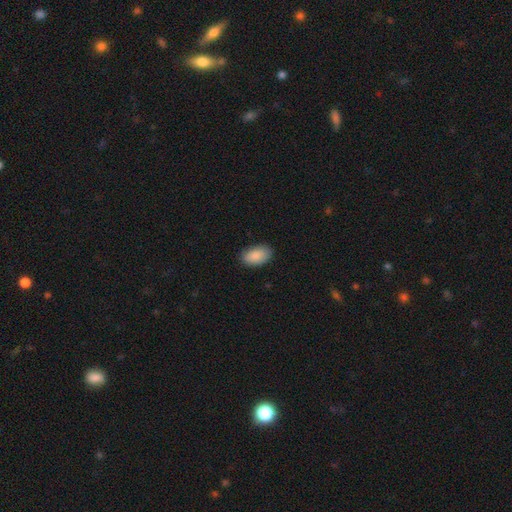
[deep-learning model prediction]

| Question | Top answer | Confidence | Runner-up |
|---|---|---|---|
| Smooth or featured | smooth | 89% | star or artifact (6%) |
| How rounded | in between | 94% | round (4%) |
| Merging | none | 87% | minor disturbance (10%) |